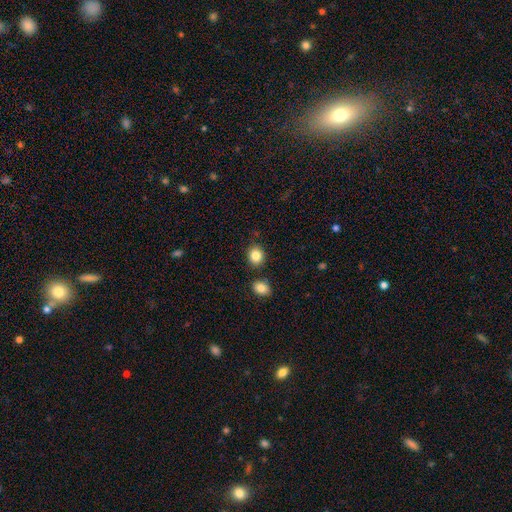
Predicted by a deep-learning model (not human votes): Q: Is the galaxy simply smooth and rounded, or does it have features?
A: smooth — 85%.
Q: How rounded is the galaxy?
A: round — 70%.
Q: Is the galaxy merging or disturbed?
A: none — 82%.